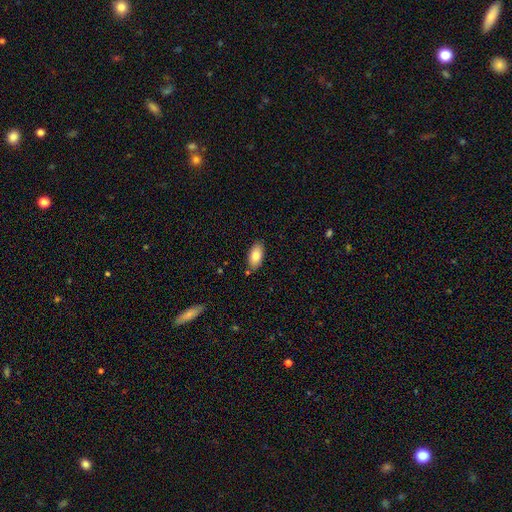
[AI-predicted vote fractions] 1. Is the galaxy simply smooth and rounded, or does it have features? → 81% smooth, 12% featured or disk, 7% star or artifact.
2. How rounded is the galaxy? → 93% in between, 4% cigar-shaped, 3% round.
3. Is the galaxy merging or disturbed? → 82% none, 12% minor disturbance, 3% merger, 2% major disturbance.